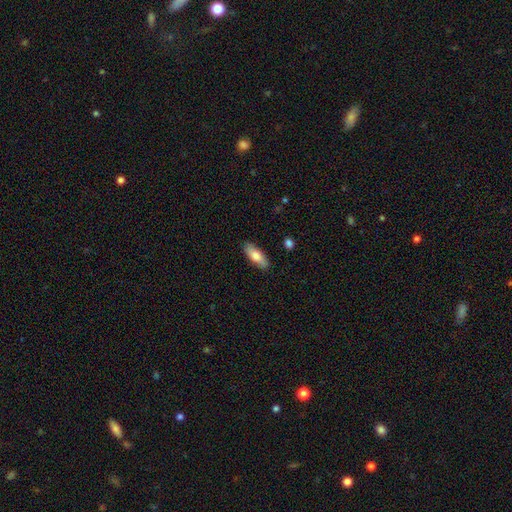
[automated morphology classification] Smooth or featured? Predicted: smooth (p=0.76). How rounded? Predicted: in between (p=0.70). Merging? Predicted: none (p=0.87).